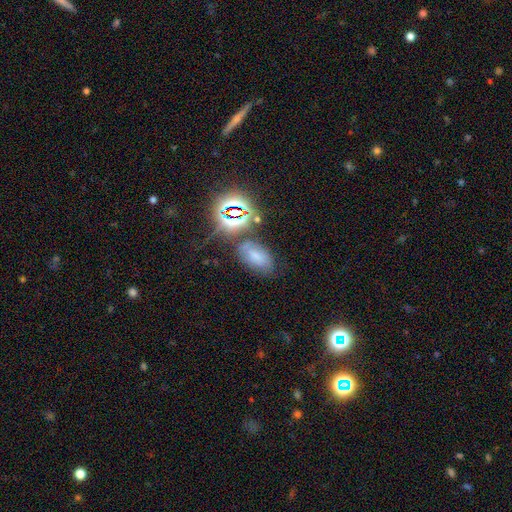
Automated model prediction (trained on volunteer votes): Morphology: type=smooth (52%); roundness=in between (90%); merging=none (61%).